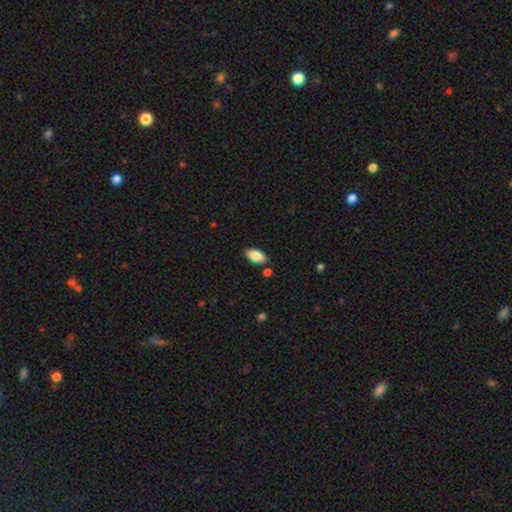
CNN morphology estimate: Q: Smooth or featured?
A: smooth (83%); runner-up: featured or disk (10%)
Q: How rounded?
A: in between (92%); runner-up: cigar-shaped (5%)
Q: Merging?
A: none (83%); runner-up: minor disturbance (11%)